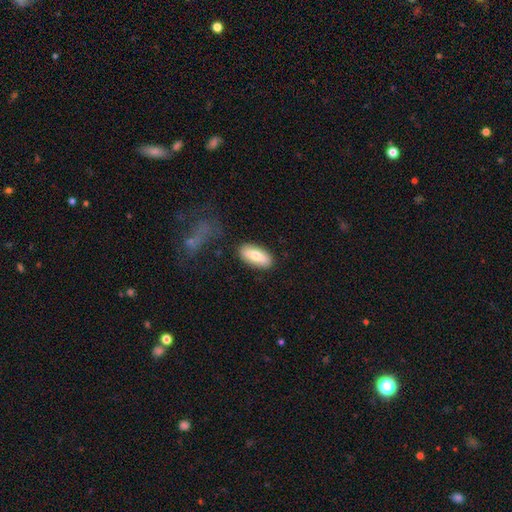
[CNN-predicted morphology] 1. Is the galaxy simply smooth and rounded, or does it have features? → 68% smooth, 26% featured or disk, 6% star or artifact.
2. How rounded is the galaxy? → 83% in between, 15% cigar-shaped, 3% round.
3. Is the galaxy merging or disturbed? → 84% none, 11% minor disturbance, 3% major disturbance, 2% merger.